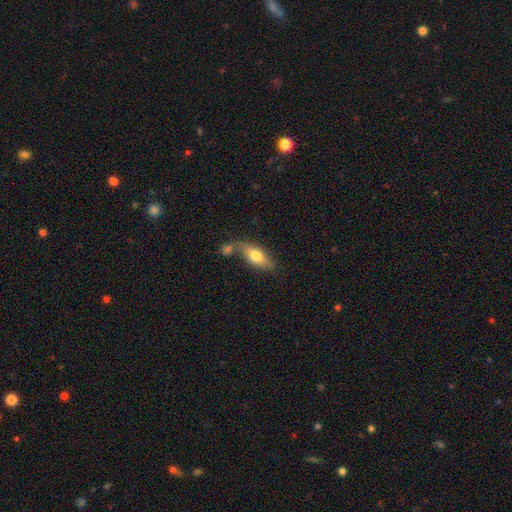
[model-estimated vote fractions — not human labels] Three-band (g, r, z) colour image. It shows a smooth galaxy with no disk features (72%) that is in between round and cigar-shaped (79%). Merging: none (47%).